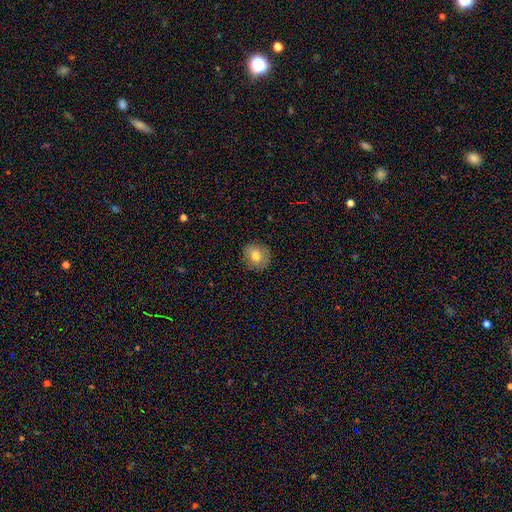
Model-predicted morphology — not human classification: A smooth galaxy with no disk features (76%) that is round (84%).

Vote fractions:
- Smooth or featured? smooth: 76% / featured or disk: 14% / star or artifact: 9%
- How rounded? round: 84% / in between: 15% / cigar-shaped: 1%
- Merging? none: 87% / minor disturbance: 10% / major disturbance: 2% / merger: 1%